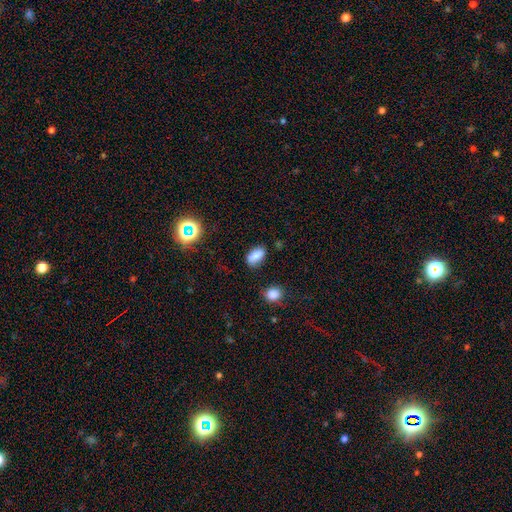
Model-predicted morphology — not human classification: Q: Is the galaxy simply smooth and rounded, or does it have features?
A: smooth — 75%.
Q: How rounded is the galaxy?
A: in between — 88%.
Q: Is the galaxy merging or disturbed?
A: none — 80%.